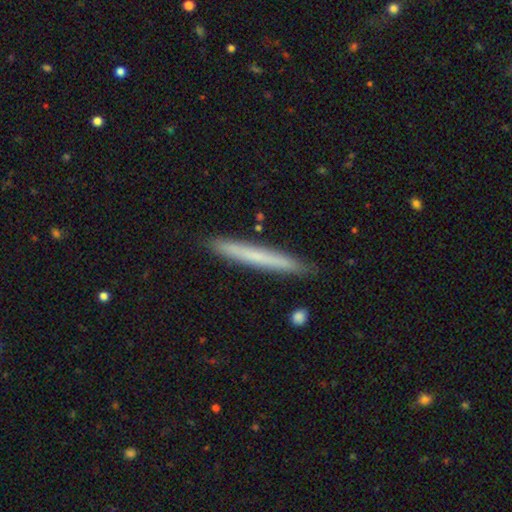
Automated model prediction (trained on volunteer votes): smooth-or-featured: smooth: 63% | featured or disk: 32% | star or artifact: 6%
  how-rounded: cigar-shaped: 97% | in between: 2% | round: 1%
  merging: none: 89% | minor disturbance: 8% | merger: 2% | major disturbance: 1%